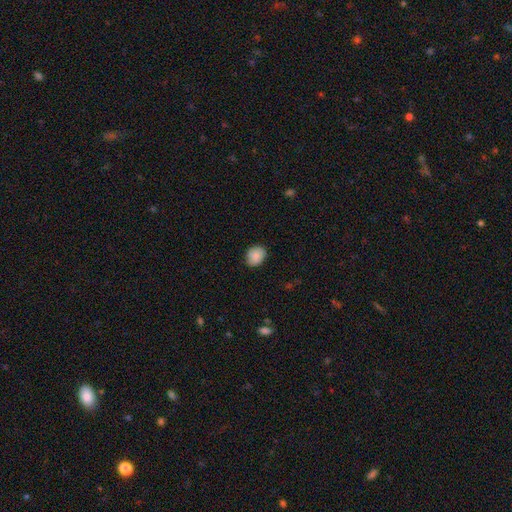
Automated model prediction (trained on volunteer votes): Smooth or featured? smooth (85%)
How rounded? round (53%)
Merging? none (84%)